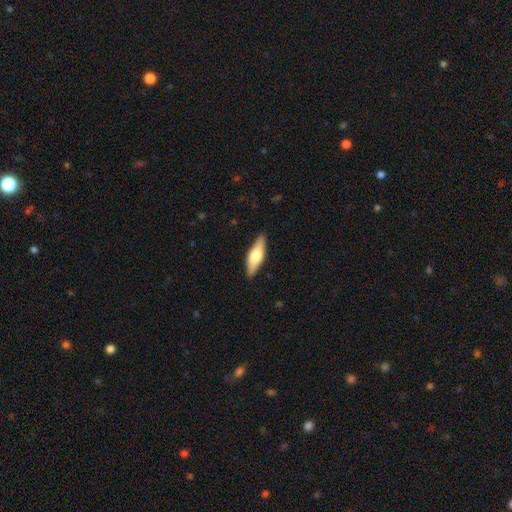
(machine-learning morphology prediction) smooth_or_featured: smooth (p=0.49) [alt: featured or disk p=0.46]
merging: none (p=0.88) [alt: minor disturbance p=0.09]